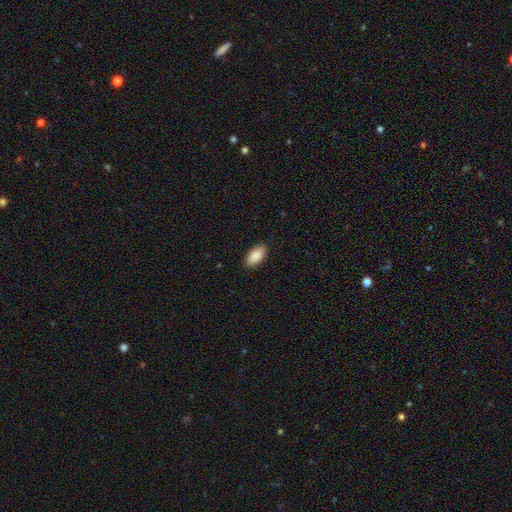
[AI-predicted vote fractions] Overall: smooth (90%). How rounded: in between (94%). Merging: none (89%).